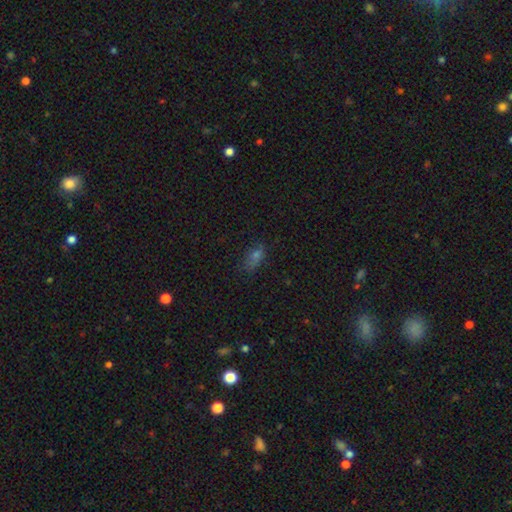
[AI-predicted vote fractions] This is possibly a smooth galaxy (59%). How rounded: likely in between (73%). Merging: likely none (66%).